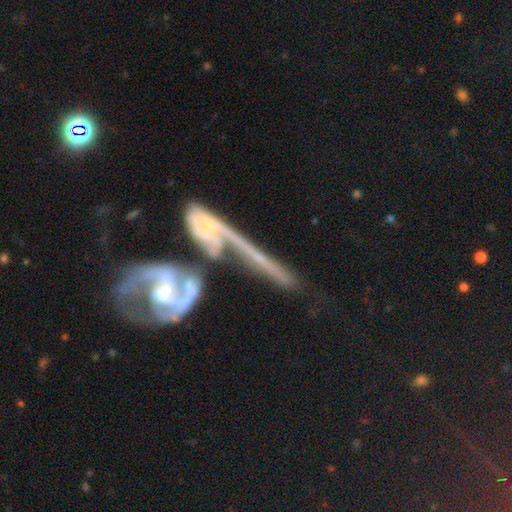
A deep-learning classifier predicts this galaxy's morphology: Smooth or featured? featured or disk (74%)
Edge-on disk? no (71%)
Bar? no (51%)
Spiral arms? yes (77%)
Bulge size? small (43%)
Merging? merger (59%)